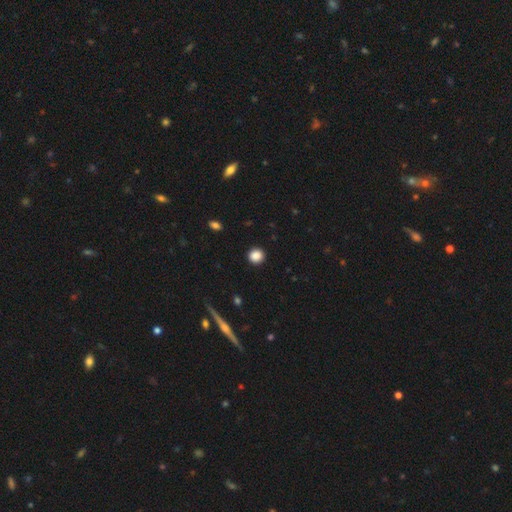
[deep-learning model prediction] Overall: smooth (87%). How rounded: round (89%). Merging: none (91%).